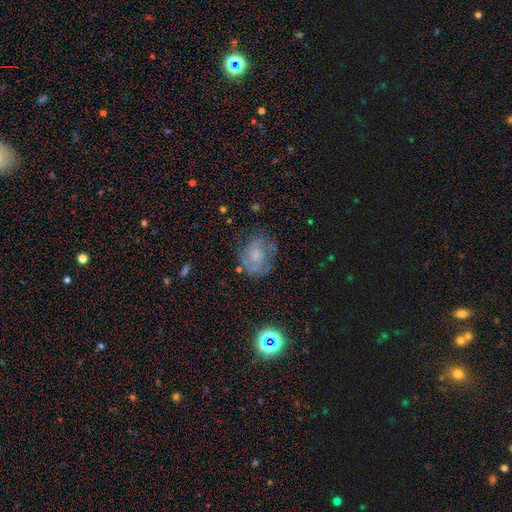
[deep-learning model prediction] Q: Smooth or featured?
A: featured or disk (66%); runner-up: smooth (21%)
Q: Edge-on disk?
A: no (98%); runner-up: yes (2%)
Q: Bar?
A: no (73%); runner-up: weak (23%)
Q: Spiral arms?
A: yes (81%); runner-up: no (19%)
Q: Spiral winding?
A: tight (48%); runner-up: medium (39%)
Q: Spiral arm count?
A: 2 (41%); runner-up: can't tell (34%)
Q: Bulge size?
A: small (50%); runner-up: moderate (28%)
Q: Merging?
A: none (66%); runner-up: minor disturbance (20%)